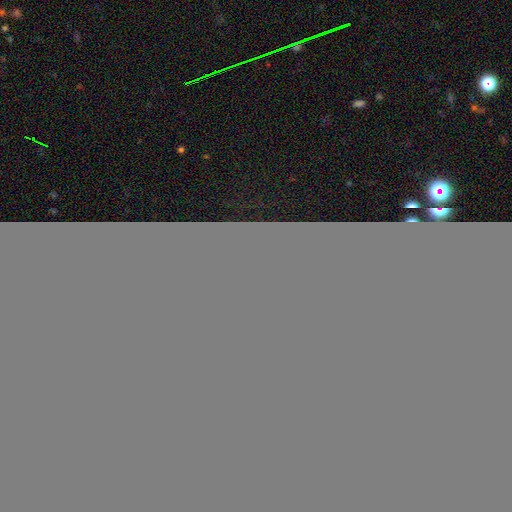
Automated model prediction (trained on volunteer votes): This is likely a smooth galaxy (72%). How rounded: clearly round (93%). Merging: likely none (78%).